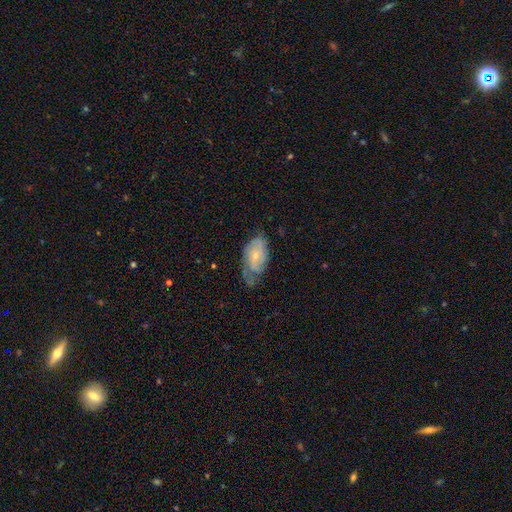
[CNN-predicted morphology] smooth_or_featured: featured or disk (p=0.65) [alt: smooth p=0.29]
disk_edge_on: no (p=0.95) [alt: yes p=0.05]
bar: no (p=0.72) [alt: weak p=0.24]
has_spiral_arms: yes (p=0.85) [alt: no p=0.15]
spiral_winding: tight (p=0.48) [alt: medium p=0.36]
spiral_arm_count: can't tell (p=0.37) [alt: 2 p=0.35]
bulge_size: small (p=0.67) [alt: moderate p=0.28]
merging: none (p=0.47) [alt: minor disturbance p=0.33]